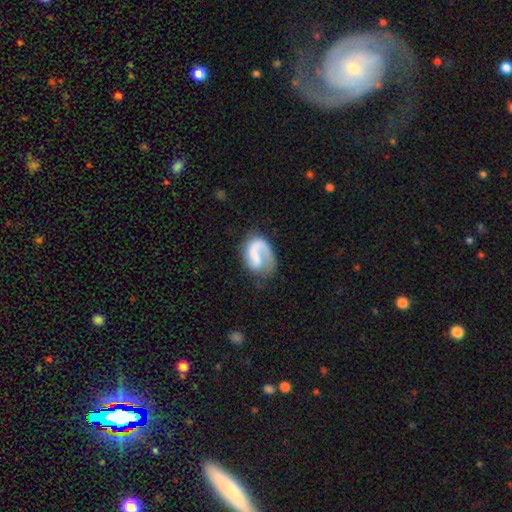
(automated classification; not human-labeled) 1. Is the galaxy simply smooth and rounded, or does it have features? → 70% featured or disk, 24% smooth, 6% star or artifact.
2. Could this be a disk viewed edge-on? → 98% no, 2% yes.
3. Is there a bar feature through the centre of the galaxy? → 42% no, 41% weak, 16% strong.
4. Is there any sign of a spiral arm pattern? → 91% yes, 9% no.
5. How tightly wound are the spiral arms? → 41% loose, 37% medium, 23% tight.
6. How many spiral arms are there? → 71% 1, 23% 2, 4% can't tell, 1% 3, 1% 4, 1% more than 4.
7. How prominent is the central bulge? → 52% none, 25% small, 15% moderate, 6% large, 2% dominant.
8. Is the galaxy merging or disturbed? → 51% none, 26% major disturbance, 20% minor disturbance, 3% merger.